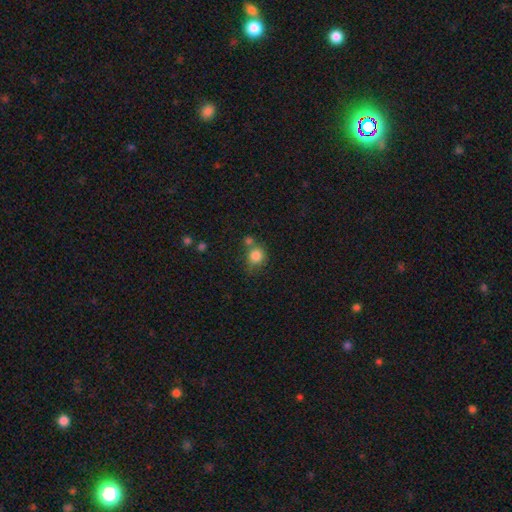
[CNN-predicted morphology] smooth_or_featured: smooth (p=0.83) [alt: star or artifact p=0.10]
how_rounded: round (p=0.83) [alt: in between p=0.16]
merging: none (p=0.57) [alt: merger p=0.22]